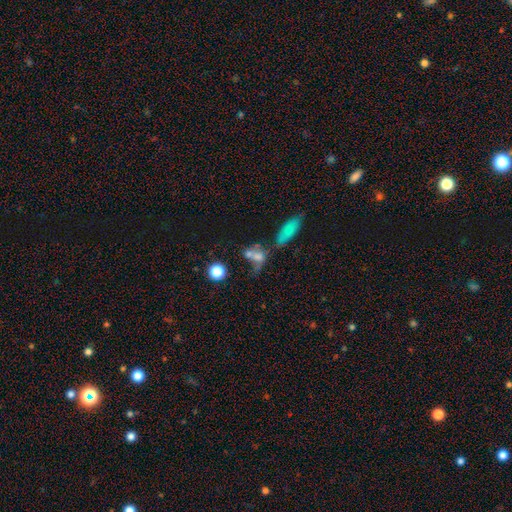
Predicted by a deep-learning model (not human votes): The model was most divided on "merging": merger: 47%, none: 24%, major disturbance: 16%, minor disturbance: 12%. More confident: how rounded — in between (61%); smooth or featured — smooth (59%).